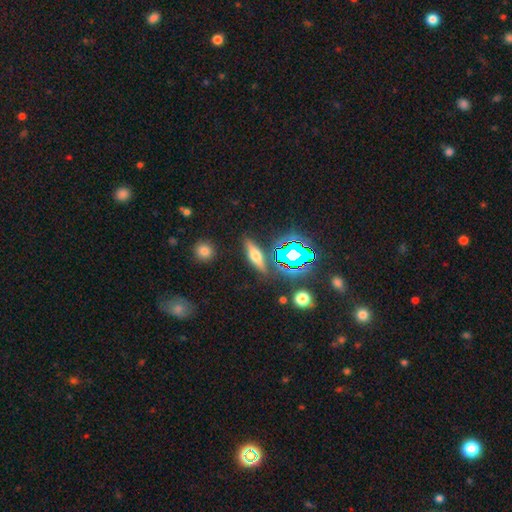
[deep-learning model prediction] smooth 45%, featured or disk 35%, star or artifact 20%. Down the decision tree: merging — none (84%).